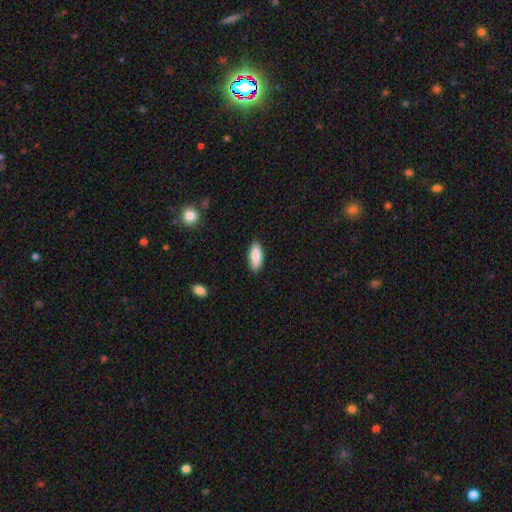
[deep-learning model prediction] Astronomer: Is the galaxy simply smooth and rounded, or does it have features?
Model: smooth — 88%.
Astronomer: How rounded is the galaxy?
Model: in between — 76%.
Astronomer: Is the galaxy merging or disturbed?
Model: none — 86%.